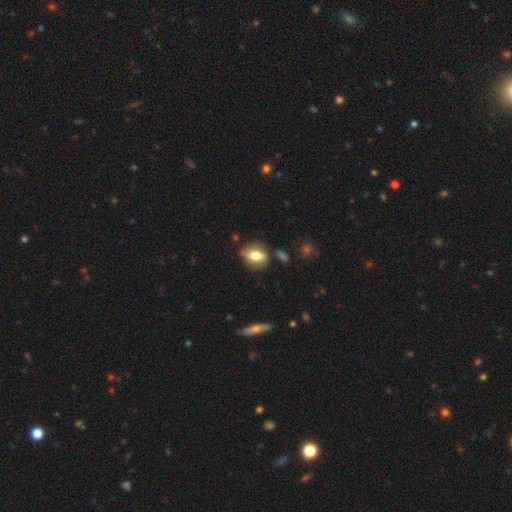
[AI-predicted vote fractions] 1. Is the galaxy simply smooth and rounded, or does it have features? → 68% smooth, 24% featured or disk, 8% star or artifact.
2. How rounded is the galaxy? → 69% in between, 27% round, 4% cigar-shaped.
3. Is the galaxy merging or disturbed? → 74% none, 17% minor disturbance, 5% major disturbance, 4% merger.